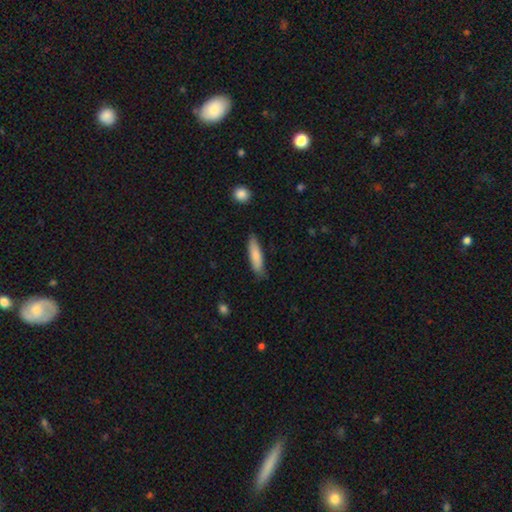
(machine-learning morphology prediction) Q: Smooth or featured?
A: smooth (81%); runner-up: featured or disk (13%)
Q: How rounded?
A: cigar-shaped (73%); runner-up: in between (25%)
Q: Merging?
A: none (81%); runner-up: minor disturbance (15%)